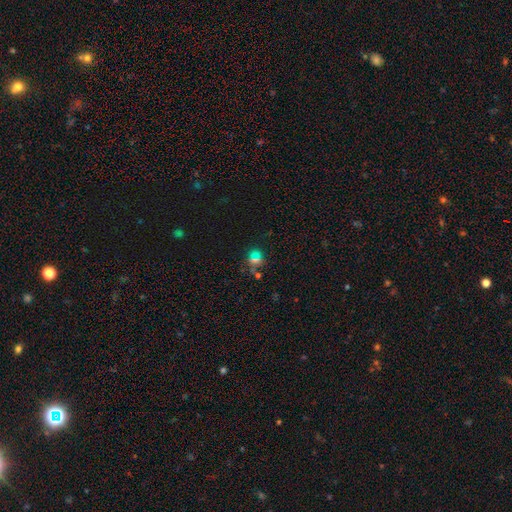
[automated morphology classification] smooth 50%, star or artifact 38%, featured or disk 12%. Down the decision tree: merging — none (71%).